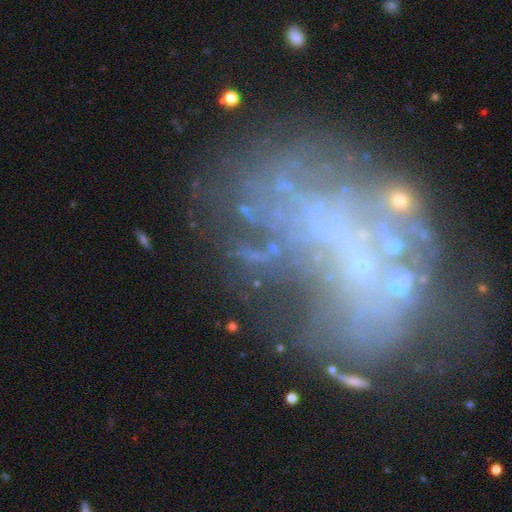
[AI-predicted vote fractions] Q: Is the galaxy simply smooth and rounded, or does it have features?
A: featured or disk — 49%.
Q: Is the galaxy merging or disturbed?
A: none — 62%.